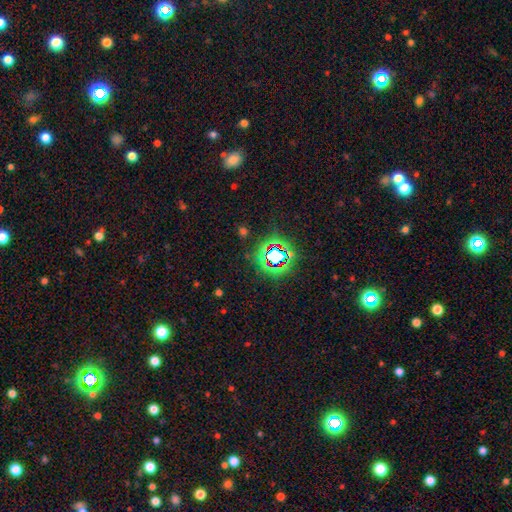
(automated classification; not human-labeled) A star or artifact, not a galaxy (79%).

Vote fractions:
- Smooth or featured? star or artifact: 79% / smooth: 13% / featured or disk: 8%